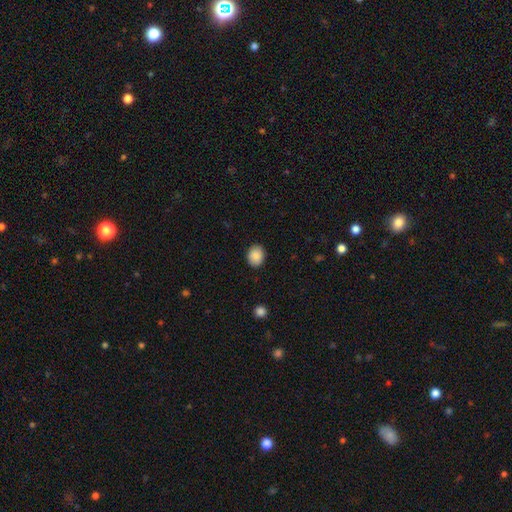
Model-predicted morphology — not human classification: The model was most divided on "how rounded": round: 52%, in between: 48%, cigar-shaped: 1%. More confident: merging — none (89%); smooth or featured — smooth (88%).